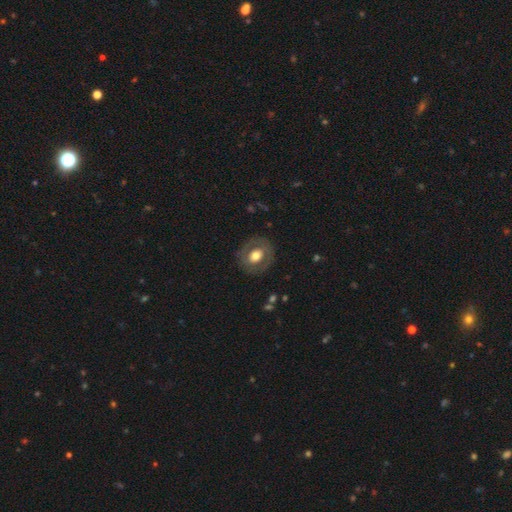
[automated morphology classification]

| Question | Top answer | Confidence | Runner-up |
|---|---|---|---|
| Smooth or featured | smooth | 54% | featured or disk (39%) |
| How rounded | round | 65% | in between (34%) |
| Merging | none | 82% | minor disturbance (11%) |